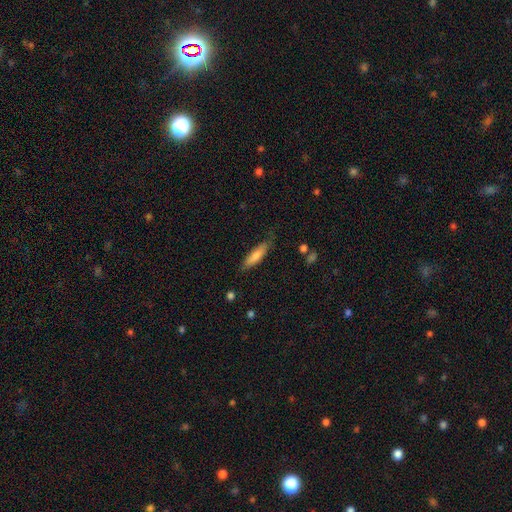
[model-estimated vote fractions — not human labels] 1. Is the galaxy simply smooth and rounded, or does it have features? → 75% smooth, 20% featured or disk, 6% star or artifact.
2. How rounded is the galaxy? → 62% cigar-shaped, 36% in between, 2% round.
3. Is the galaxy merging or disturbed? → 73% none, 21% minor disturbance, 4% major disturbance, 2% merger.